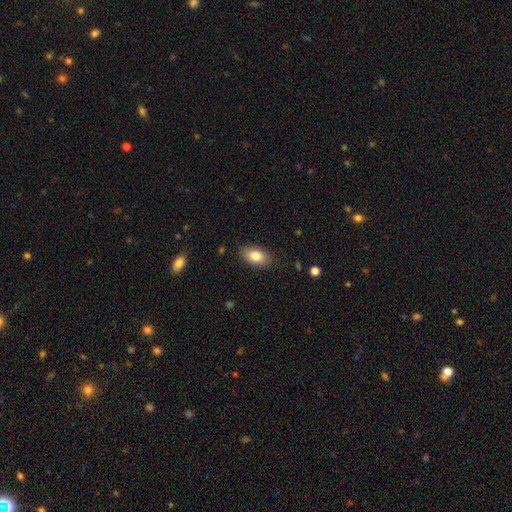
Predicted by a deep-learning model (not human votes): Overall: smooth (83%). How rounded: in between (91%). Merging: none (86%).